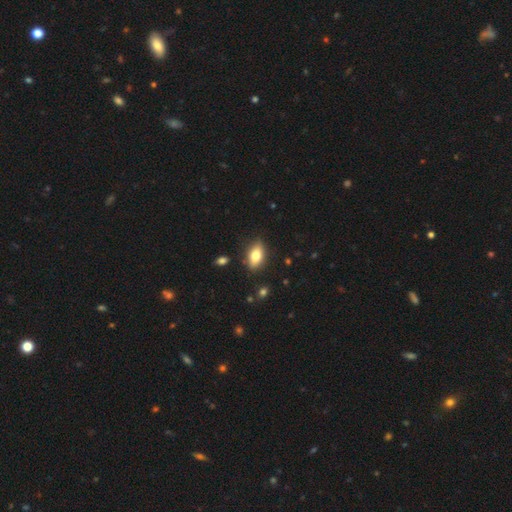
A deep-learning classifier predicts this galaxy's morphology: type=smooth (77%); roundness=in between (88%); merging=none (85%).